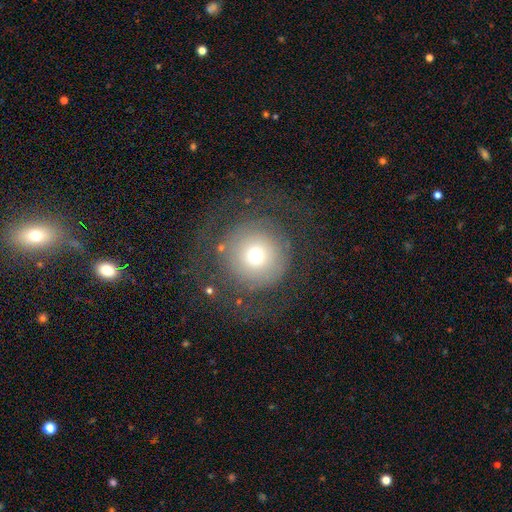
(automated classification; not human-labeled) Smooth or featured?
  - smooth: 53% *
  - featured or disk: 35%
  - star or artifact: 12%
How rounded?
  - round: 95% *
  - in between: 4%
  - cigar-shaped: 1%
Merging?
  - none: 62% *
  - major disturbance: 23%
  - minor disturbance: 13%
  - merger: 2%